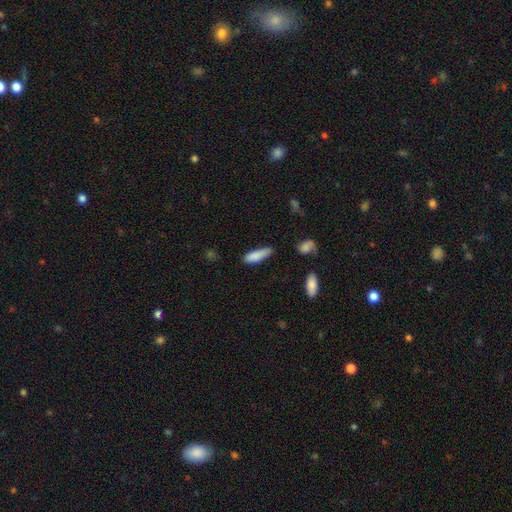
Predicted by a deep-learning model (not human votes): smooth-or-featured: smooth: 83% | featured or disk: 10% | star or artifact: 7%
  how-rounded: cigar-shaped: 55% | in between: 43% | round: 2%
  merging: none: 54% | minor disturbance: 34% | major disturbance: 8% | merger: 4%